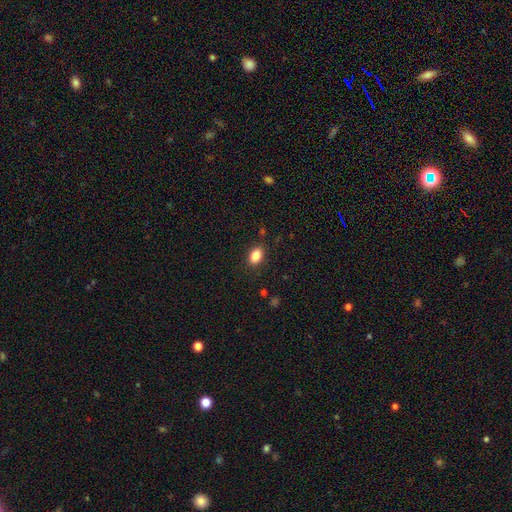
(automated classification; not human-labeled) smooth-or-featured: smooth: 85% | star or artifact: 9% | featured or disk: 6%
  how-rounded: in between: 85% | round: 13% | cigar-shaped: 2%
  merging: none: 87% | minor disturbance: 9% | major disturbance: 2% | merger: 1%